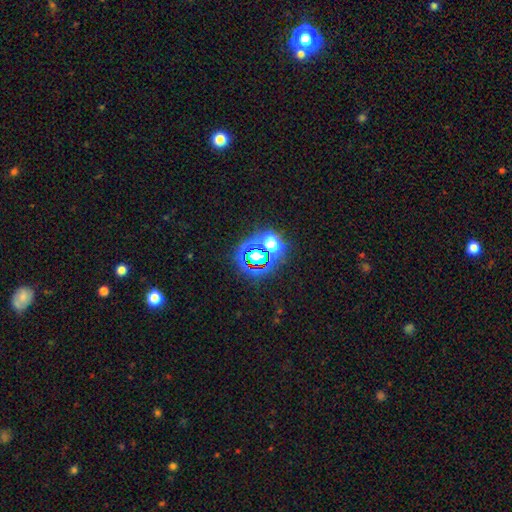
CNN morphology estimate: Smooth or featured?
  - star or artifact: 68% *
  - smooth: 21%
  - featured or disk: 11%